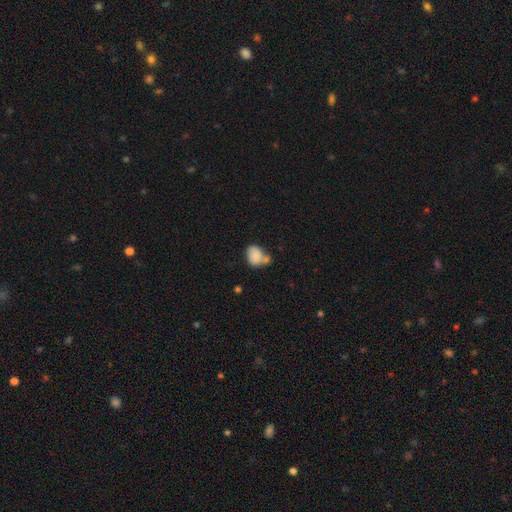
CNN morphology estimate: smooth_or_featured: smooth (p=0.82) [alt: featured or disk p=0.09]
how_rounded: in between (p=0.64) [alt: round p=0.35]
merging: none (p=0.36) [alt: merger p=0.35]